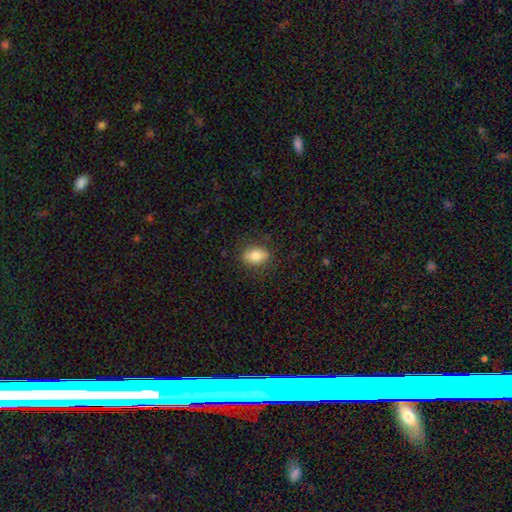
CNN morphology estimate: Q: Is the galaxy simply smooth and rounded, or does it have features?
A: smooth — 80%.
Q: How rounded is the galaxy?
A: in between — 81%.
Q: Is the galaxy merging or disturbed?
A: none — 83%.